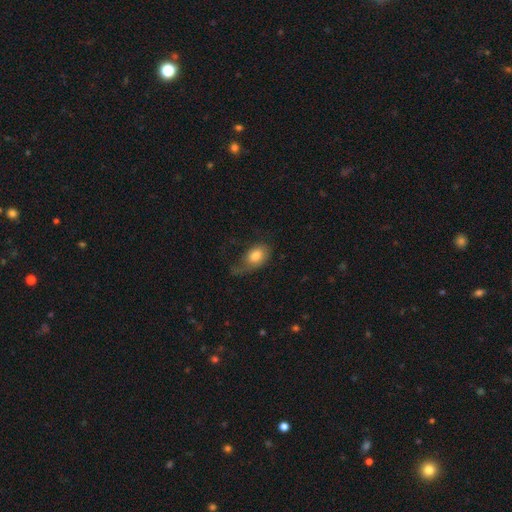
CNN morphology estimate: smooth_or_featured: smooth (p=0.73) [alt: featured or disk p=0.19]
how_rounded: in between (p=0.83) [alt: round p=0.15]
merging: major disturbance (p=0.39) [alt: none p=0.33]